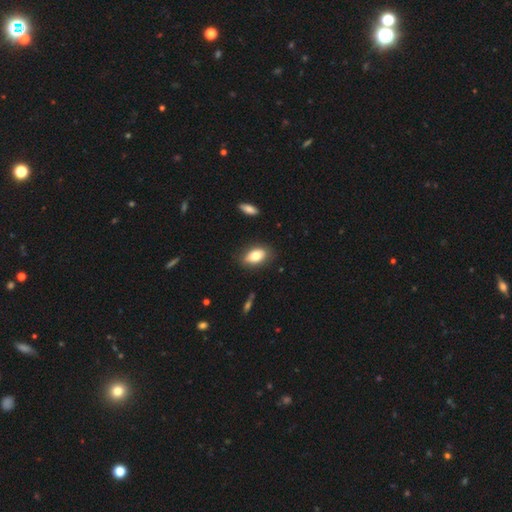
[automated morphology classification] smooth-or-featured: smooth: 76% | featured or disk: 16% | star or artifact: 7%
  how-rounded: in between: 89% | round: 8% | cigar-shaped: 3%
  merging: none: 79% | minor disturbance: 16% | major disturbance: 3% | merger: 2%